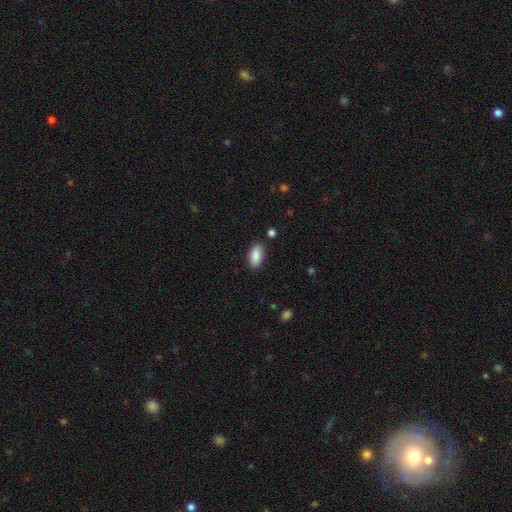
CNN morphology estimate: smooth 87%, star or artifact 7%, featured or disk 6%. Down the decision tree: how rounded — in between (93%); merging — none (86%).